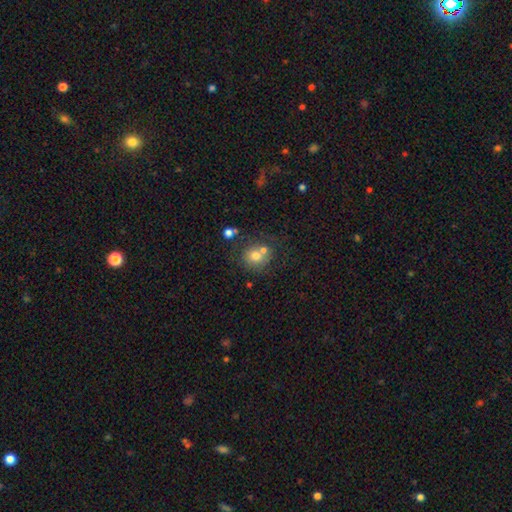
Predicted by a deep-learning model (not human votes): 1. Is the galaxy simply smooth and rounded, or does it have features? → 72% smooth, 16% featured or disk, 12% star or artifact.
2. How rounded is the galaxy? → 80% round, 19% in between, 1% cigar-shaped.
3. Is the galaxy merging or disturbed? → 51% none, 31% merger, 12% minor disturbance, 6% major disturbance.